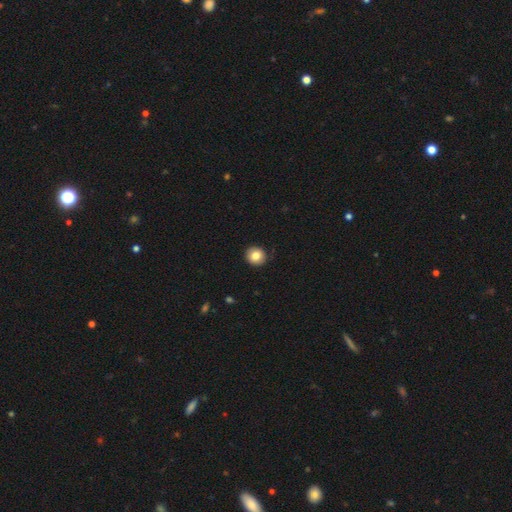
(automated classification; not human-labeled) smooth_or_featured: smooth (p=0.83) [alt: star or artifact p=0.09]
how_rounded: round (p=0.90) [alt: in between p=0.09]
merging: none (p=0.89) [alt: minor disturbance p=0.08]